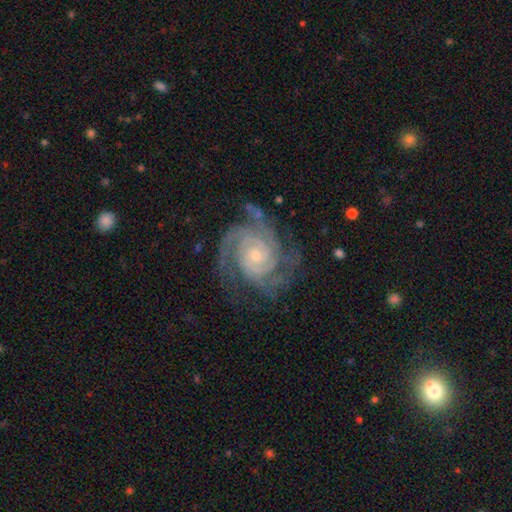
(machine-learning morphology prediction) The model was most divided on "spiral arm count": 3: 32%, 2: 27%, 4: 16%, can't tell: 13%, more than 4: 6%, 1: 6%. More confident: spiral arms — yes (98%); edge-on disk — no (98%); smooth or featured — featured or disk (92%); spiral winding — tight (74%); merging — none (72%); bar — no (71%); bulge size — small (70%).